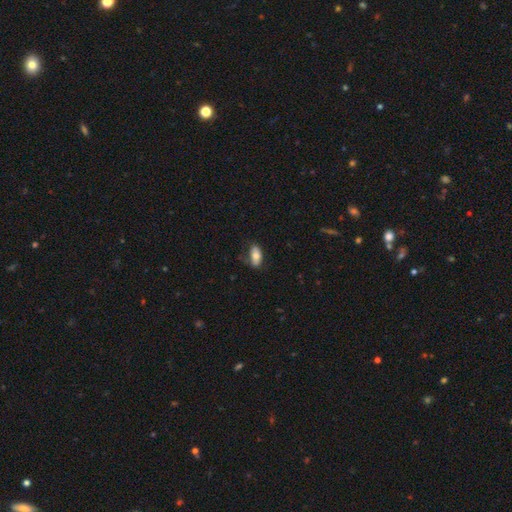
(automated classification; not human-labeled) A smooth galaxy with no disk features (73%) that is in between round and cigar-shaped (90%).

Vote fractions:
- Smooth or featured? smooth: 73% / featured or disk: 20% / star or artifact: 7%
- How rounded? in between: 90% / cigar-shaped: 6% / round: 4%
- Merging? none: 65% / minor disturbance: 25% / major disturbance: 8% / merger: 2%